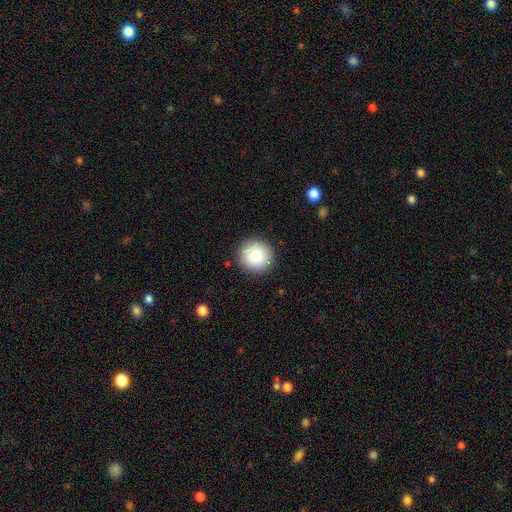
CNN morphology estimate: This is clearly a smooth galaxy (88%). How rounded: clearly round (94%). Merging: clearly none (90%).